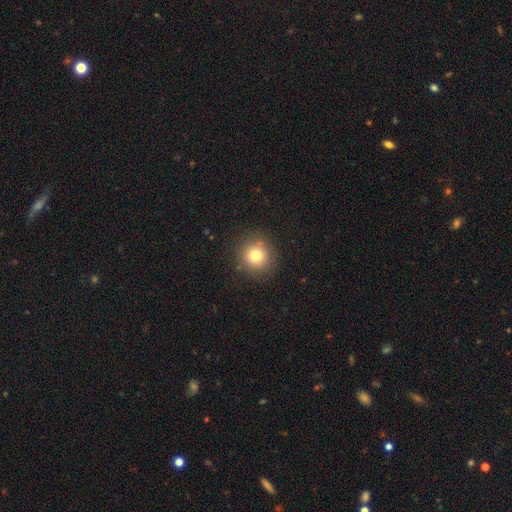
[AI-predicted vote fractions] smooth_or_featured: smooth (p=0.76) [alt: star or artifact p=0.13]
how_rounded: round (p=0.93) [alt: in between p=0.06]
merging: none (p=0.87) [alt: minor disturbance p=0.08]